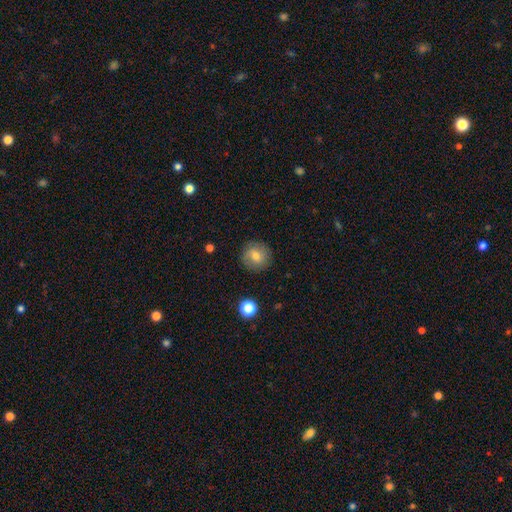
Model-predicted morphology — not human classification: A smooth galaxy with no disk features (75%) that is round (92%). Merging: none (88%).